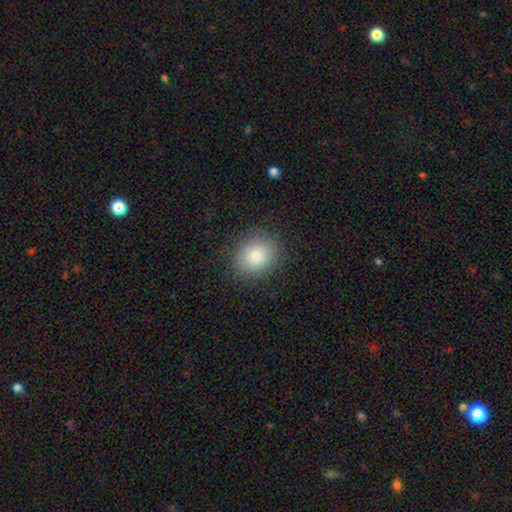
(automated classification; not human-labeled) smooth_or_featured: smooth (p=0.84) [alt: star or artifact p=0.09]
how_rounded: round (p=0.68) [alt: in between p=0.31]
merging: none (p=0.88) [alt: minor disturbance p=0.09]